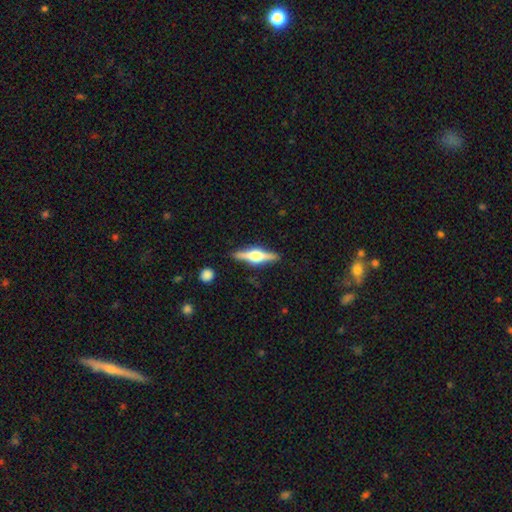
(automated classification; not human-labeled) Smooth or featured: featured or disk — 76% (smooth — 19%)
Edge-on disk: yes — 98% (no — 2%)
Edge-on bulge: rounded — 94% (boxy — 5%)
Merging: none — 89% (minor disturbance — 8%)